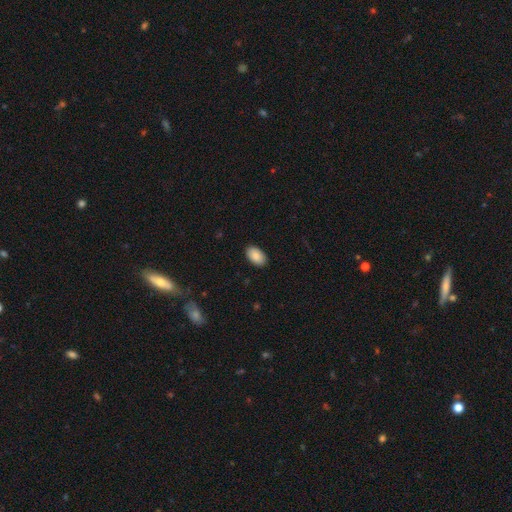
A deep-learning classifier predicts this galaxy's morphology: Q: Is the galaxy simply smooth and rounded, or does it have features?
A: smooth — 89%.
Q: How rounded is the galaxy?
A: in between — 94%.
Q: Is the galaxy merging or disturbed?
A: none — 90%.